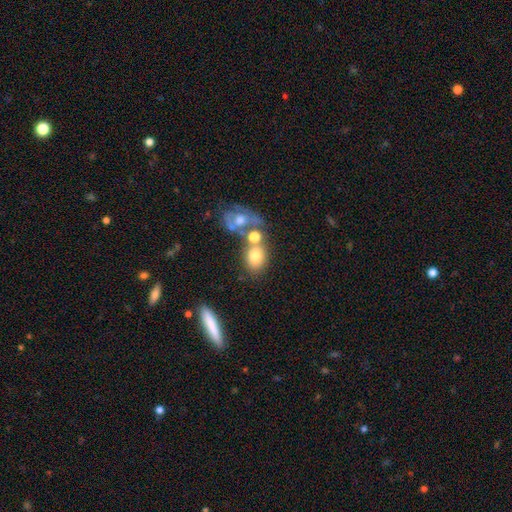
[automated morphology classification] This appears to be a smooth galaxy with no disk features (70%) that is in between round and cigar-shaped (59%). Merging: none (41%).